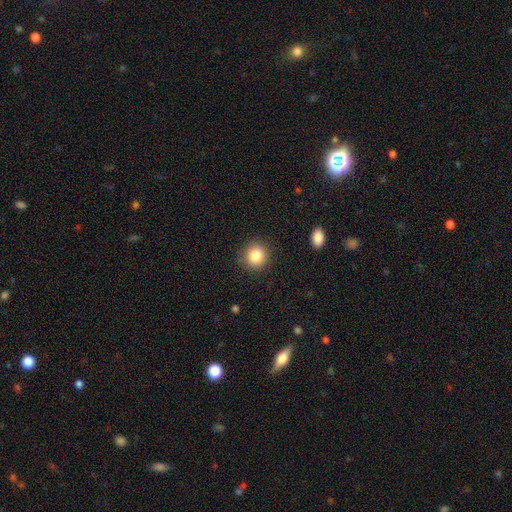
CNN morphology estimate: Smooth or featured?
  - smooth: 84% *
  - star or artifact: 10%
  - featured or disk: 6%
How rounded?
  - round: 91% *
  - in between: 8%
  - cigar-shaped: 1%
Merging?
  - none: 89% *
  - minor disturbance: 7%
  - major disturbance: 2%
  - merger: 1%